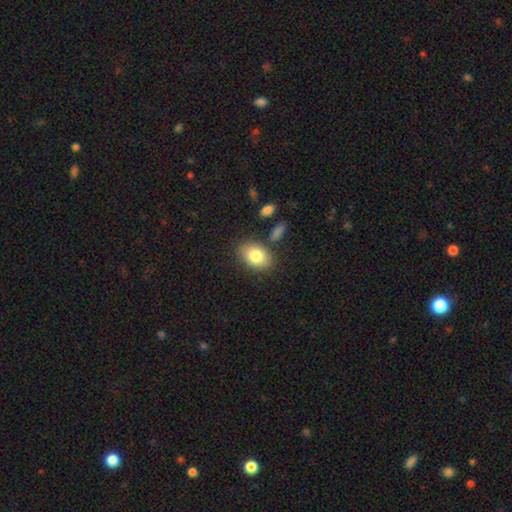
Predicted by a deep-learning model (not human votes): This appears to be a smooth galaxy with no disk features (82%) that is in between round and cigar-shaped (76%). Merging: none (79%).